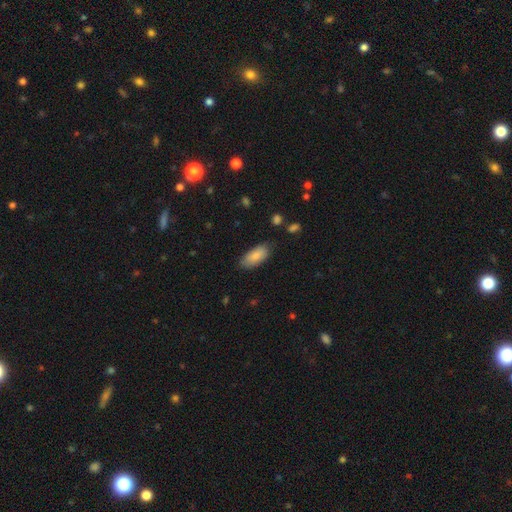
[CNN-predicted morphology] Smooth or featured? Predicted: smooth (p=0.86). How rounded? Predicted: in between (p=0.87). Merging? Predicted: none (p=0.80).